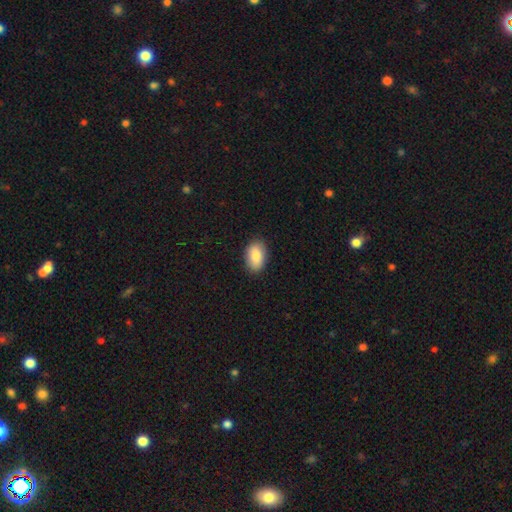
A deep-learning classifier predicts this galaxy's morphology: smooth 85%, featured or disk 8%, star or artifact 7%. Down the decision tree: how rounded — in between (91%); merging — none (87%).